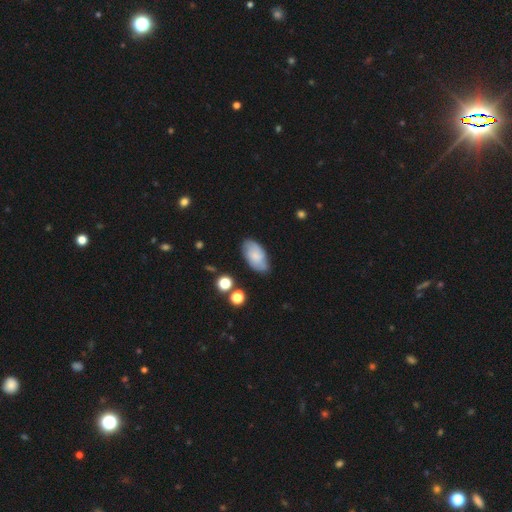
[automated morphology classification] This appears to be a smooth galaxy with no disk features (55%) that is in between round and cigar-shaped (93%). Merging: none (71%).